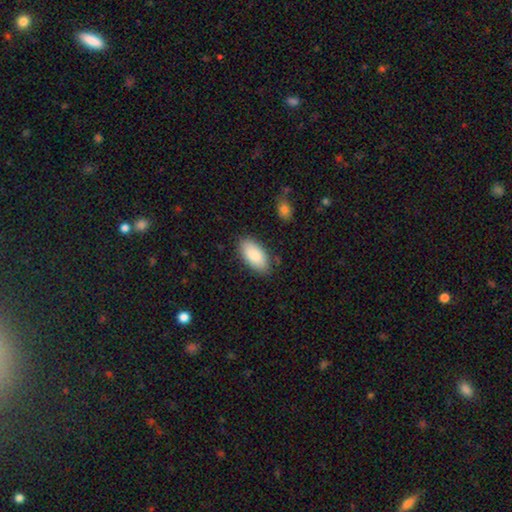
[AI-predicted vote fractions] smooth-or-featured: smooth: 88% | featured or disk: 6% | star or artifact: 6%
  how-rounded: in between: 94% | cigar-shaped: 4% | round: 2%
  merging: none: 84% | minor disturbance: 11% | major disturbance: 3% | merger: 2%